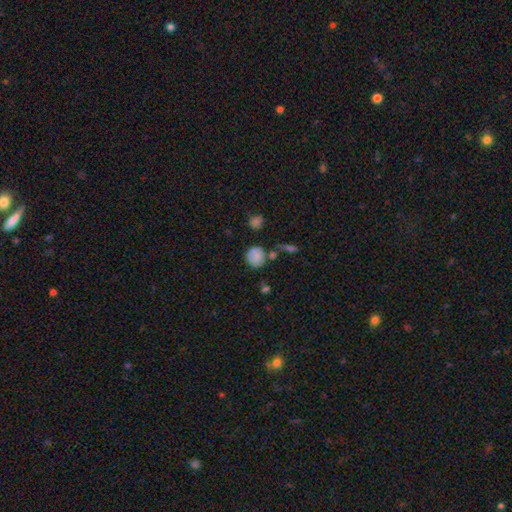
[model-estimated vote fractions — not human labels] Smooth or featured?
  - smooth: 77% *
  - featured or disk: 13%
  - star or artifact: 10%
How rounded?
  - round: 84% *
  - in between: 15%
  - cigar-shaped: 1%
Merging?
  - none: 66% *
  - minor disturbance: 19%
  - merger: 9%
  - major disturbance: 5%